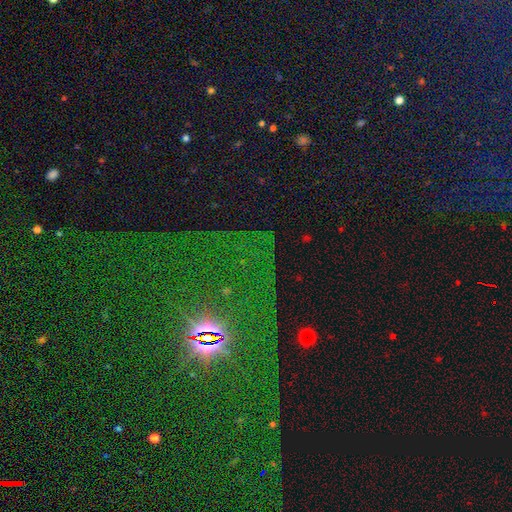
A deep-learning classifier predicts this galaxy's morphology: smooth-or-featured: star or artifact: 82% | smooth: 10% | featured or disk: 8%